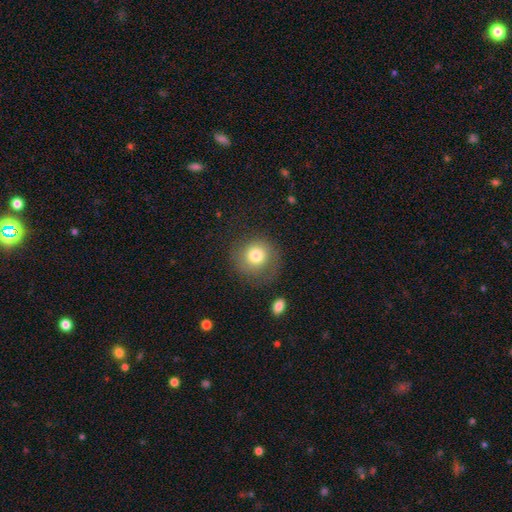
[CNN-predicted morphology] A smooth galaxy with no disk features (77%) that is round (89%). Merging: none (73%).